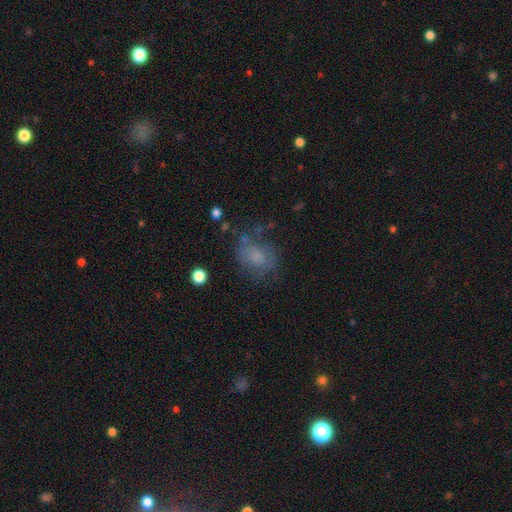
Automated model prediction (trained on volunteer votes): This appears to be a smooth galaxy with no disk features (57%) that is in between round and cigar-shaped (55%). Merging: none (55%).